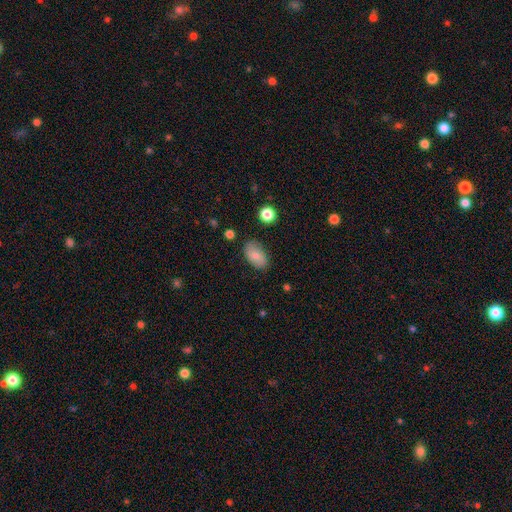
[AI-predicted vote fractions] Morphology: type=smooth (79%); roundness=in between (91%); merging=none (80%).